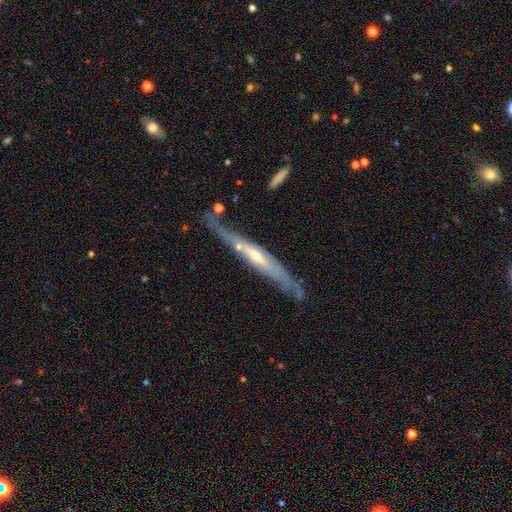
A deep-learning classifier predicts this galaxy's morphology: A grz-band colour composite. It shows a featured or disk galaxy (74%) viewed edge-on (78%) with a rounded central bulge (53%). Merging: none (62%).